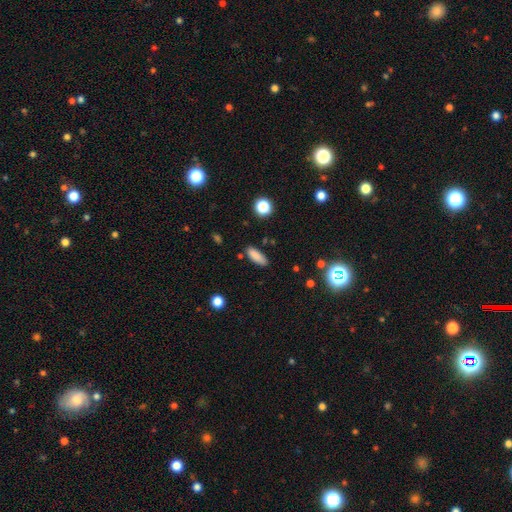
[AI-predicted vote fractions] Smooth or featured?
  - smooth: 86% *
  - star or artifact: 9%
  - featured or disk: 5%
How rounded?
  - in between: 67% *
  - cigar-shaped: 30%
  - round: 2%
Merging?
  - none: 83% *
  - minor disturbance: 12%
  - major disturbance: 3%
  - merger: 2%